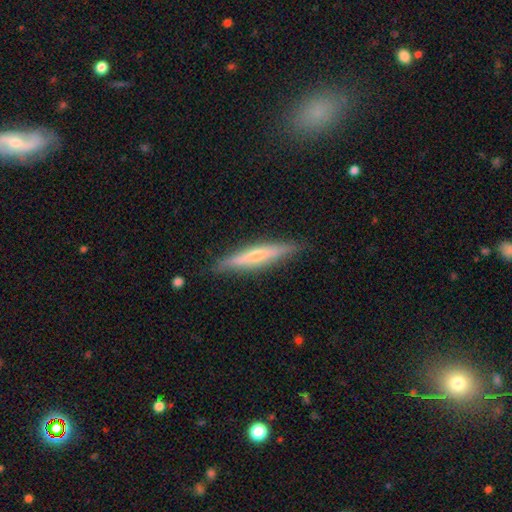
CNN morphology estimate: This is possibly a featured or disk galaxy (54%). It is clearly viewed edge-on (94%). Edge-on bulge: likely rounded (65%). Merging: clearly none (87%).